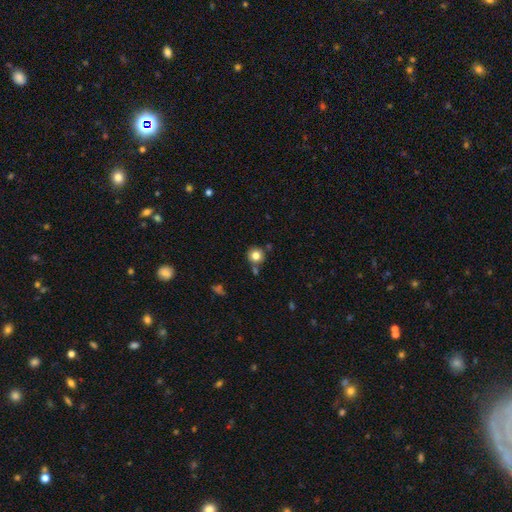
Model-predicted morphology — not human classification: Smooth or featured? smooth (81%)
How rounded? round (92%)
Merging? none (76%)